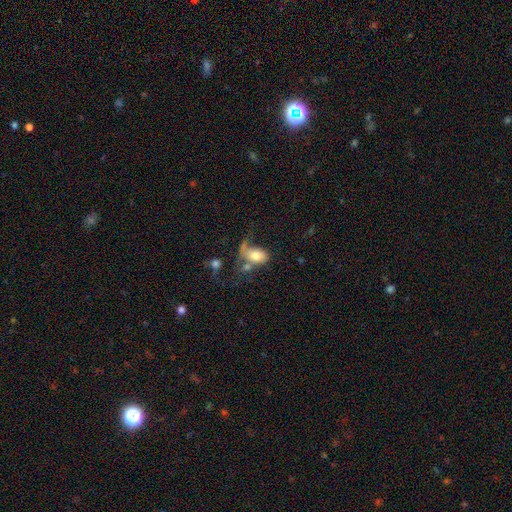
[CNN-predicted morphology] Smooth or featured: smooth — 63% (featured or disk — 29%)
How rounded: in between — 86% (round — 12%)
Merging: major disturbance — 34% (merger — 26%)